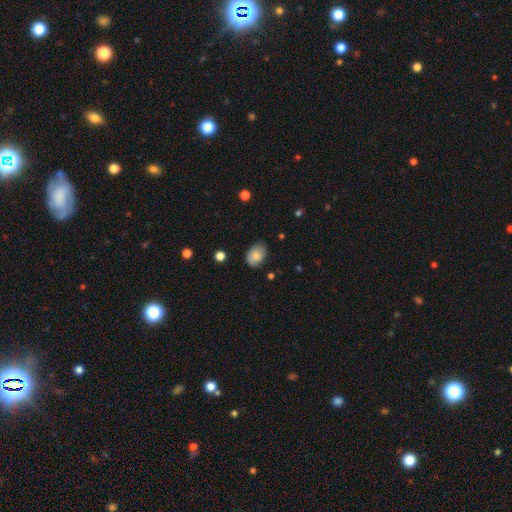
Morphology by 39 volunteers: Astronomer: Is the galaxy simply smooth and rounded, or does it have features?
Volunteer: smooth — 79%.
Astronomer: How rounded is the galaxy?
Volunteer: in between — 81%.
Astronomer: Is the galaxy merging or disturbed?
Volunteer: none — 63%.